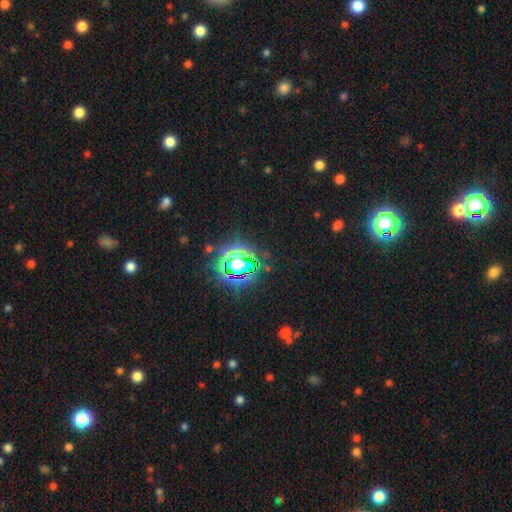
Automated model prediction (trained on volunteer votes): Smooth or featured? star or artifact (83%)